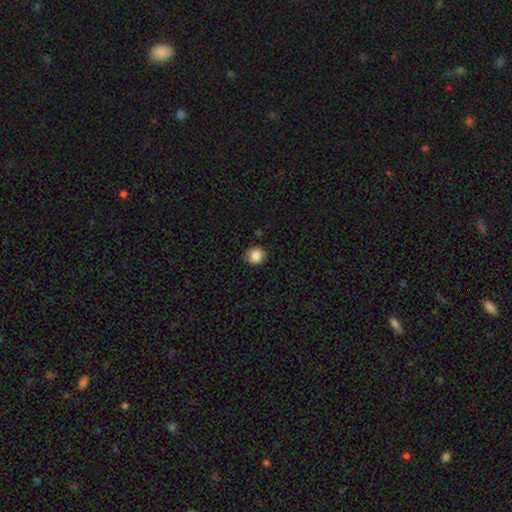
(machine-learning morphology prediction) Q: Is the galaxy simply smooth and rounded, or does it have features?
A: smooth — 85%.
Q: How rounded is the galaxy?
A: round — 80%.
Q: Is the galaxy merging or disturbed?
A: none — 80%.